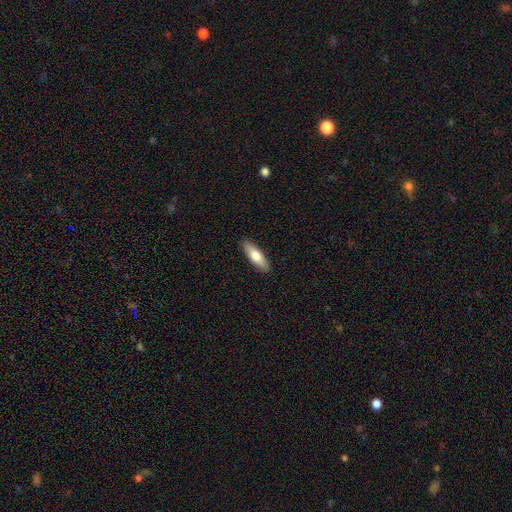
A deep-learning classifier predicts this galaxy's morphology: A smooth galaxy with no disk features (72%) that is in between round and cigar-shaped (49%, tied with cigar-shaped). Merging: none (90%).